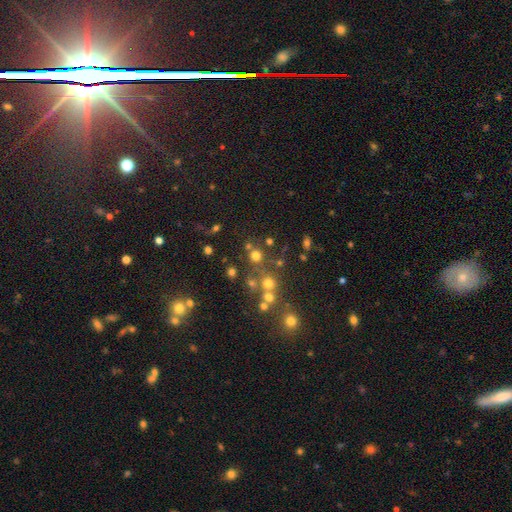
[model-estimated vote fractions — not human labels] smooth_or_featured: smooth (p=0.67) [alt: star or artifact p=0.23]
how_rounded: round (p=0.91) [alt: in between p=0.08]
merging: none (p=0.71) [alt: merger p=0.16]